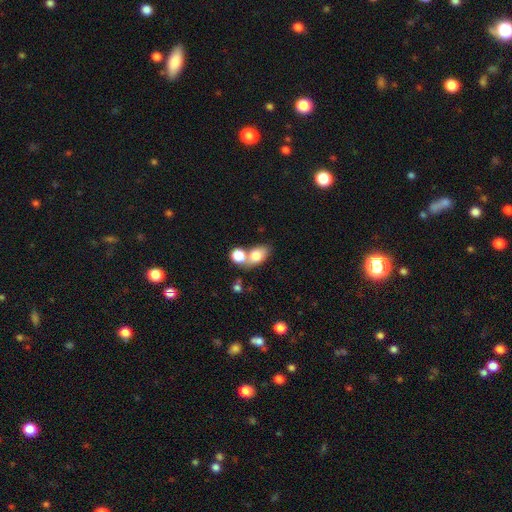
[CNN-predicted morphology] Overall: smooth (77%). How rounded: in between (78%). Merging: merger (44%; none 40%).